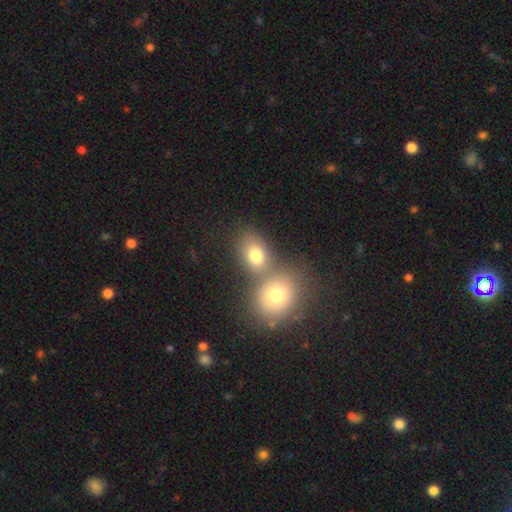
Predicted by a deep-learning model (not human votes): smooth-or-featured: smooth: 77% | star or artifact: 12% | featured or disk: 11%
  how-rounded: in between: 58% | round: 41% | cigar-shaped: 1%
  merging: none: 47% | merger: 40% | minor disturbance: 9% | major disturbance: 4%